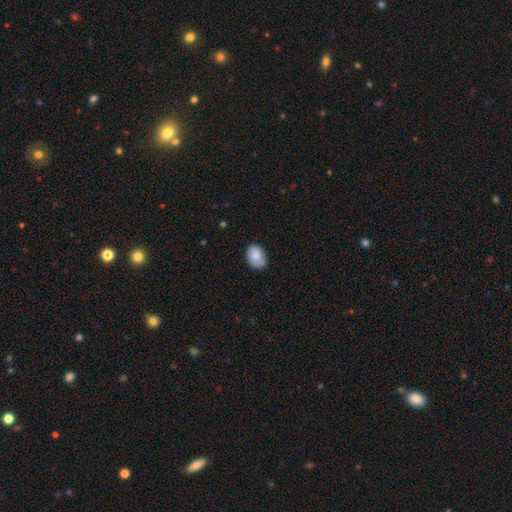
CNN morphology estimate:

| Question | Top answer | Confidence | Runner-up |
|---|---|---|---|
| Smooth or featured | smooth | 85% | featured or disk (8%) |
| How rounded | in between | 80% | round (19%) |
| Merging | none | 70% | minor disturbance (24%) |